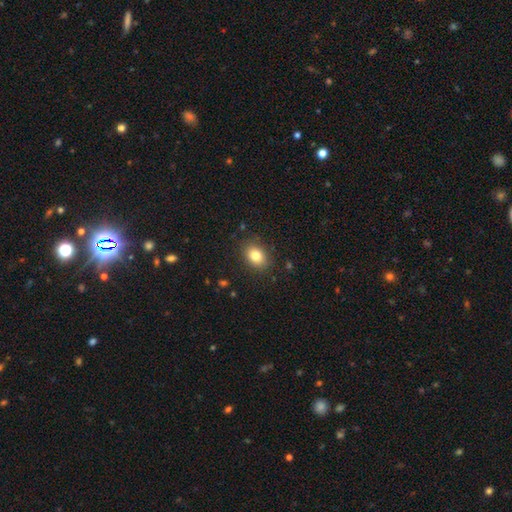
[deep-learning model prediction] smooth_or_featured: smooth (p=0.82) [alt: star or artifact p=0.10]
how_rounded: in between (p=0.69) [alt: round p=0.30]
merging: none (p=0.86) [alt: minor disturbance p=0.10]